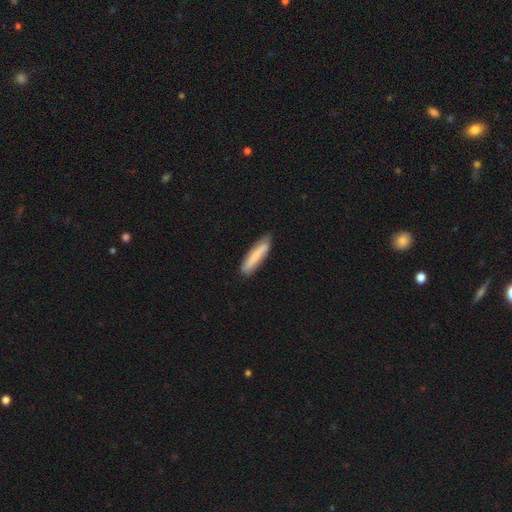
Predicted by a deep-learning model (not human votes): smooth_or_featured: smooth (p=0.70) [alt: featured or disk p=0.24]
how_rounded: cigar-shaped (p=0.81) [alt: in between p=0.18]
merging: none (p=0.80) [alt: minor disturbance p=0.16]